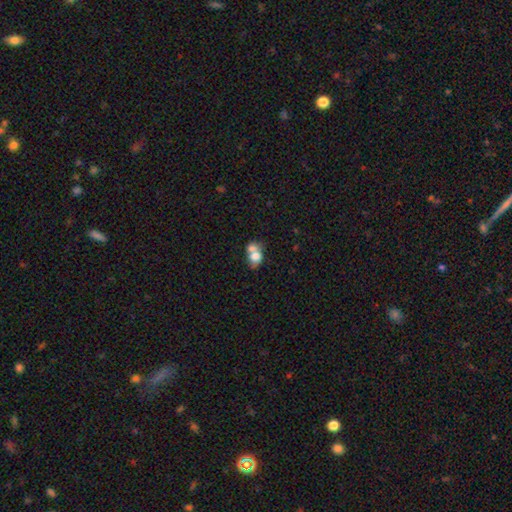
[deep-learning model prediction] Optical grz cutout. It shows a smooth galaxy with no disk features (68%) that is in between round and cigar-shaped (58%). Merging: merger (63%).